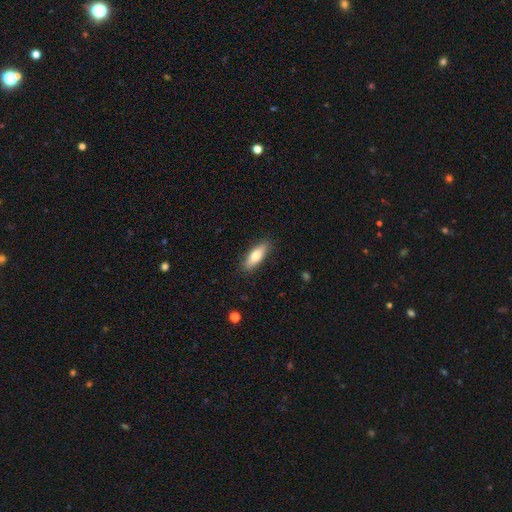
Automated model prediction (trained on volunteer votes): smooth-or-featured: smooth: 73% | featured or disk: 21% | star or artifact: 6%
  how-rounded: in between: 50% | cigar-shaped: 48% | round: 2%
  merging: none: 87% | minor disturbance: 10% | major disturbance: 2% | merger: 1%